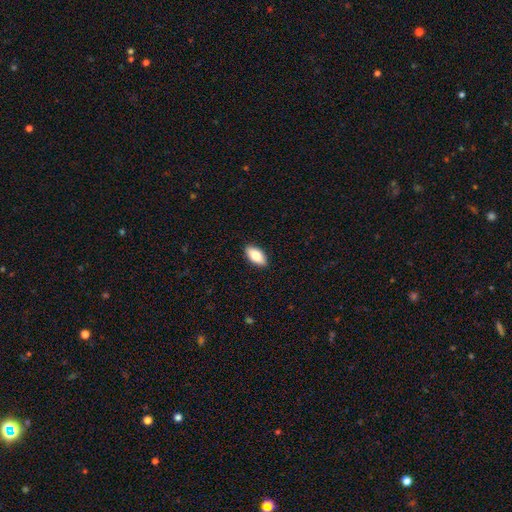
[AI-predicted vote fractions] Smooth or featured?
  - smooth: 81% *
  - featured or disk: 13%
  - star or artifact: 6%
How rounded?
  - in between: 90% *
  - cigar-shaped: 7%
  - round: 3%
Merging?
  - none: 89% *
  - minor disturbance: 8%
  - major disturbance: 2%
  - merger: 1%